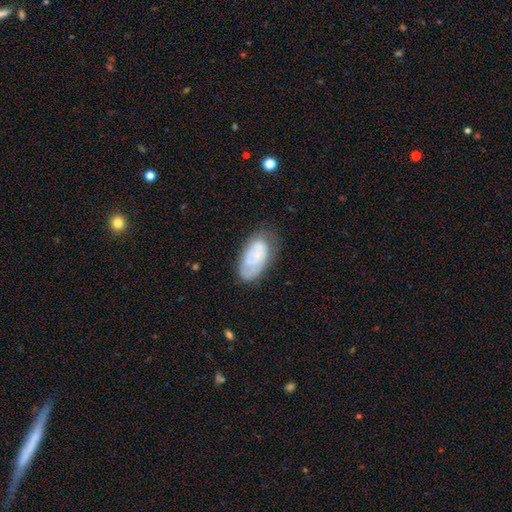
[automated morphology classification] A featured or disk galaxy (49%). Merging: none (62%).